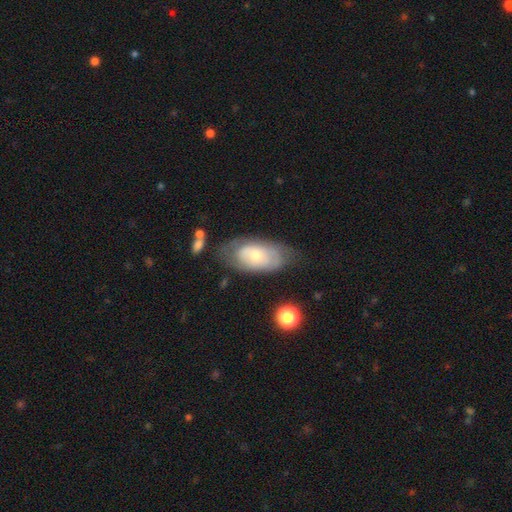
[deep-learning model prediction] Smooth or featured: featured or disk — 51% (smooth — 42%)
Edge-on disk: no — 92% (yes — 8%)
Merging: none — 60% (minor disturbance — 26%)